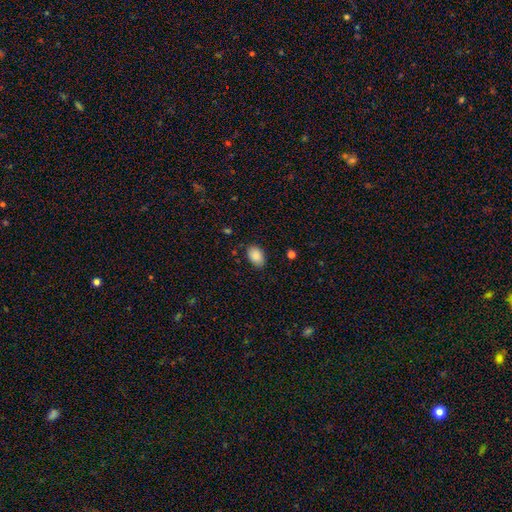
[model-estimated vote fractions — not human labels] A smooth galaxy with no disk features (88%) that is in between round and cigar-shaped (88%). Merging: none (84%).